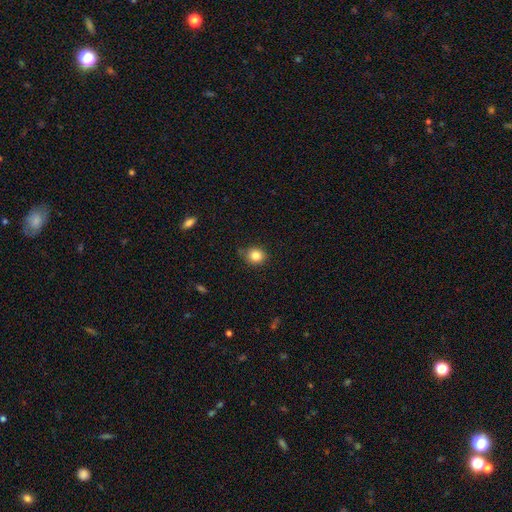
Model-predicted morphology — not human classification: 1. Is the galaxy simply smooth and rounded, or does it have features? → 84% smooth, 11% star or artifact, 6% featured or disk.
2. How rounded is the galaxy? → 82% round, 17% in between, 1% cigar-shaped.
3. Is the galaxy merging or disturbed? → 81% none, 14% minor disturbance, 3% major disturbance, 2% merger.